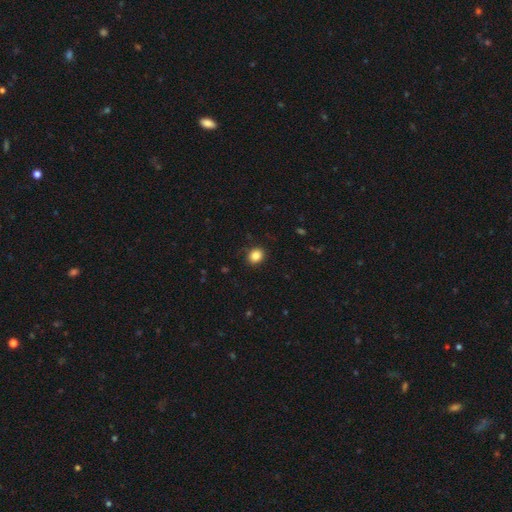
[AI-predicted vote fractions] The model was most divided on "how rounded": round: 71%, in between: 28%, cigar-shaped: 1%. More confident: merging — none (87%); smooth or featured — smooth (87%).